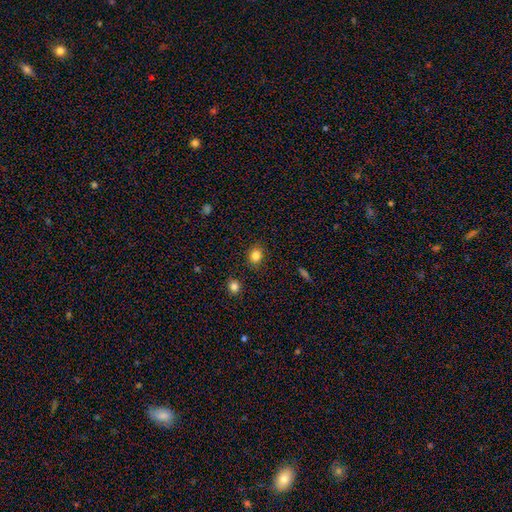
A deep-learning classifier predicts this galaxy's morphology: A smooth galaxy with no disk features (83%) that is round (64%).

Vote fractions:
- Smooth or featured? smooth: 83% / star or artifact: 11% / featured or disk: 6%
- How rounded? round: 64% / in between: 35% / cigar-shaped: 1%
- Merging? none: 86% / minor disturbance: 10% / major disturbance: 3% / merger: 2%